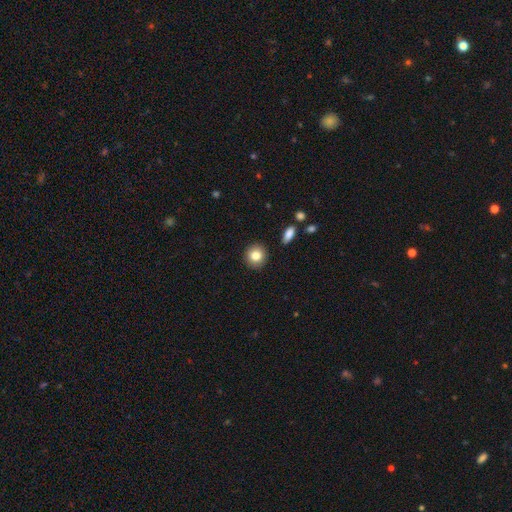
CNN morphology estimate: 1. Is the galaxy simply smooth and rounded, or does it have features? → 83% smooth, 9% star or artifact, 8% featured or disk.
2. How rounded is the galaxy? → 89% round, 10% in between, 1% cigar-shaped.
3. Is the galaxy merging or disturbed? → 90% none, 6% minor disturbance, 2% major disturbance, 2% merger.